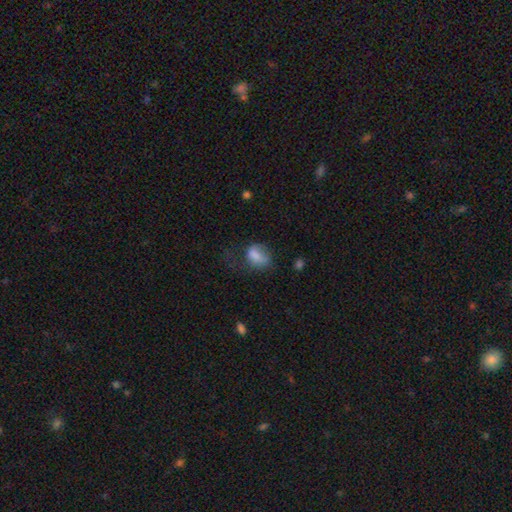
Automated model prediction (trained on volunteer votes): A smooth galaxy with no disk features (76%) that is in between round and cigar-shaped (69%). Merging: major disturbance (37%).